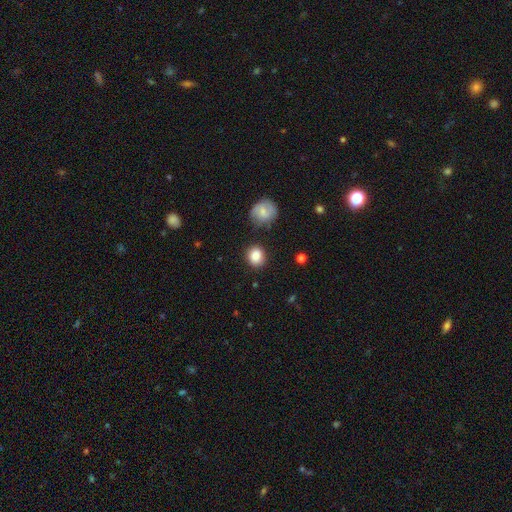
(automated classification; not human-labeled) A smooth galaxy with no disk features (86%) that is round (79%).

Vote fractions:
- Smooth or featured? smooth: 86% / star or artifact: 8% / featured or disk: 6%
- How rounded? round: 79% / in between: 20% / cigar-shaped: 1%
- Merging? none: 83% / minor disturbance: 11% / merger: 3% / major disturbance: 3%